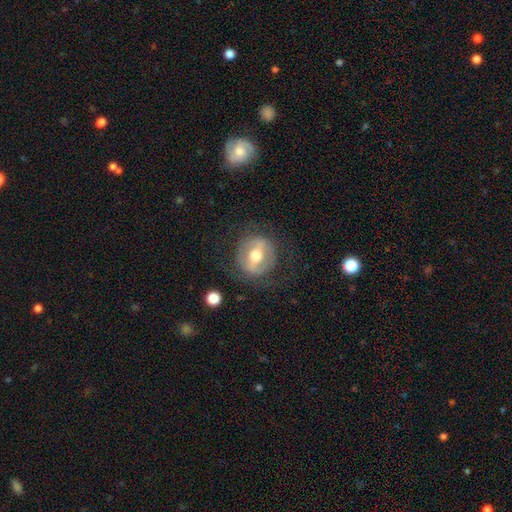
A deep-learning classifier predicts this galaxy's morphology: type=featured or disk (64%); edge-on=no (90%); bar=strong (55%); spiral arms=no (72%); bulge=moderate (73%); merging=none (76%).